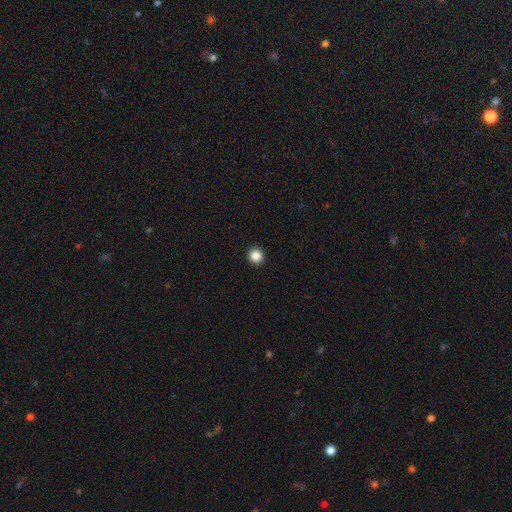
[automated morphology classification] smooth-or-featured: smooth: 86% | star or artifact: 11% | featured or disk: 3%
  how-rounded: round: 95% | in between: 5% | cigar-shaped: 1%
  merging: none: 94% | minor disturbance: 4% | major disturbance: 1% | merger: 1%